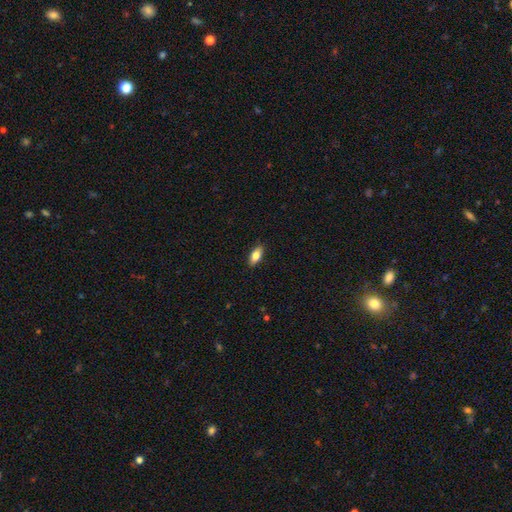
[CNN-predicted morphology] Q: Smooth or featured?
A: smooth (77%); runner-up: featured or disk (16%)
Q: How rounded?
A: in between (84%); runner-up: cigar-shaped (13%)
Q: Merging?
A: none (88%); runner-up: minor disturbance (9%)